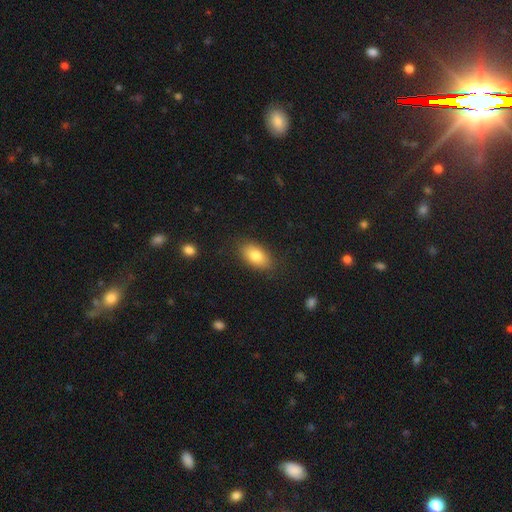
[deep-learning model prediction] The model was most divided on "smooth or featured": smooth: 81%, featured or disk: 11%, star or artifact: 7%. More confident: how rounded — in between (91%); merging — none (85%).